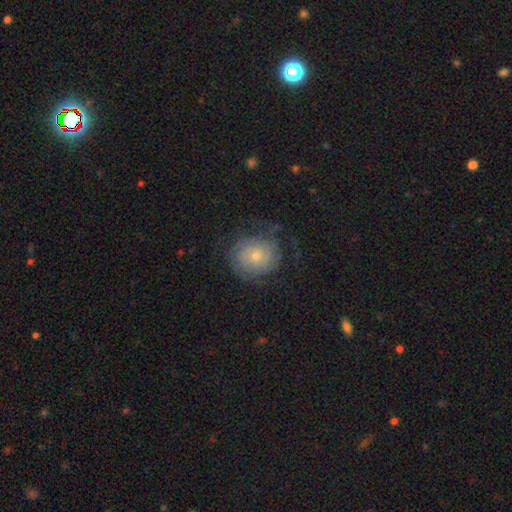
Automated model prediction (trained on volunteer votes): This appears to be a featured or disk galaxy (48%). Merging: none (66%).